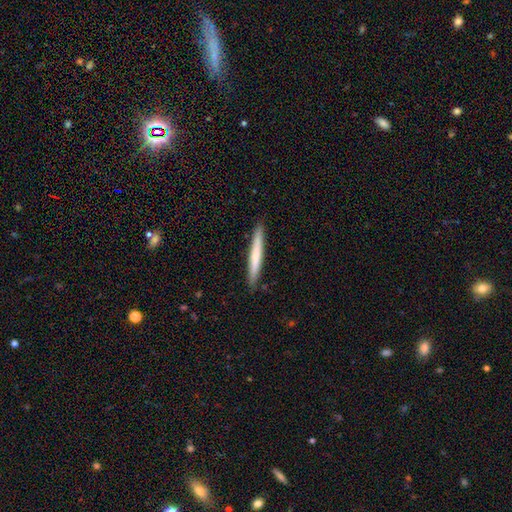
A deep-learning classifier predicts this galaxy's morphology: smooth 65%, featured or disk 30%, star or artifact 5%. Down the decision tree: how rounded — cigar-shaped (97%); merging — none (91%).